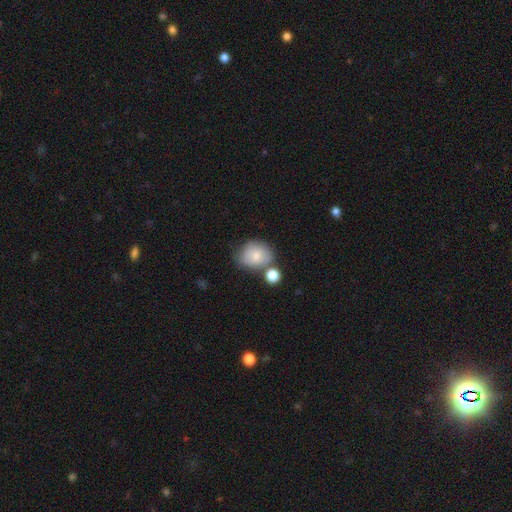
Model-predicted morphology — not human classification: smooth_or_featured: smooth (p=0.75) [alt: featured or disk p=0.16]
how_rounded: round (p=0.57) [alt: in between p=0.42]
merging: none (p=0.50) [alt: merger p=0.22]